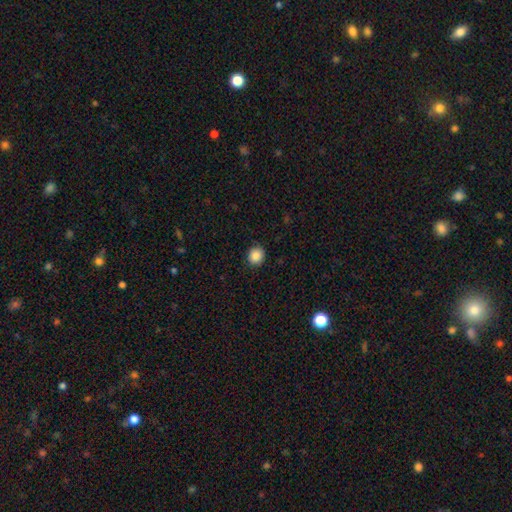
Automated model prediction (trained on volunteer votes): Smooth or featured: smooth — 87% (star or artifact — 9%)
How rounded: round — 83% (in between — 16%)
Merging: none — 88% (minor disturbance — 9%)